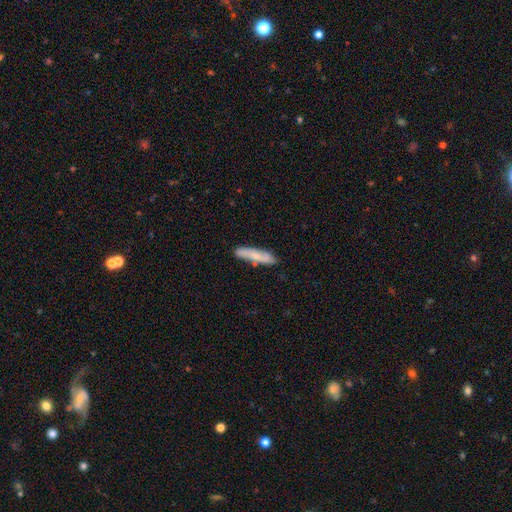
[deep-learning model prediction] This appears to be a smooth galaxy with no disk features (62%) that is cigar-shaped (81%). Merging: none (80%).